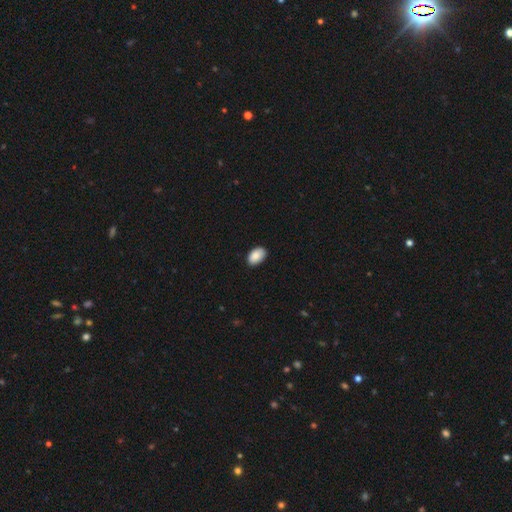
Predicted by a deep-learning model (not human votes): This is clearly a smooth galaxy (88%). How rounded: clearly in between (93%). Merging: clearly none (87%).